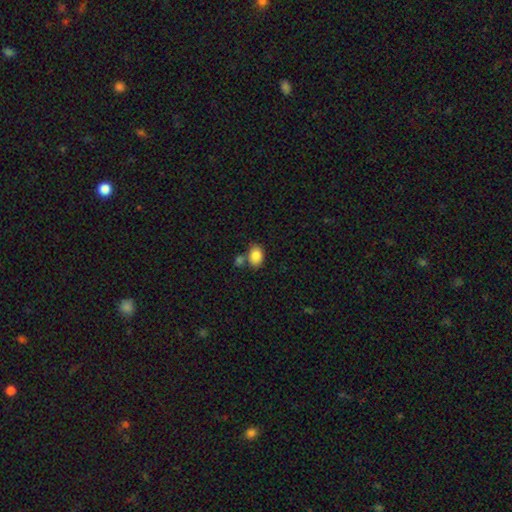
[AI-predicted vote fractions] smooth-or-featured: smooth: 86% | star or artifact: 8% | featured or disk: 6%
  how-rounded: in between: 74% | round: 25% | cigar-shaped: 1%
  merging: none: 63% | merger: 20% | minor disturbance: 13% | major disturbance: 4%